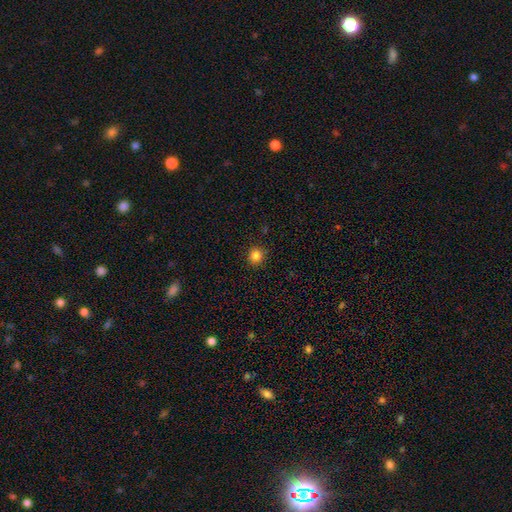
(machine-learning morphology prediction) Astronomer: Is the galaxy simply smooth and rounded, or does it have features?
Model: smooth — 84%.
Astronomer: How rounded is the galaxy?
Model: round — 92%.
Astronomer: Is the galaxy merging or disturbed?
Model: none — 92%.